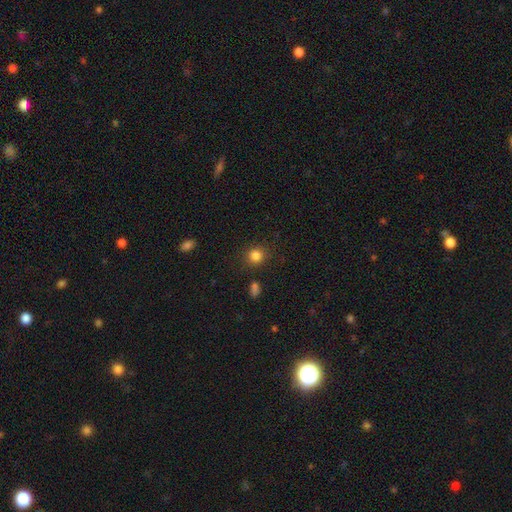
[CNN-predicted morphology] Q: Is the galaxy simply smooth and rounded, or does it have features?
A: smooth — 84%.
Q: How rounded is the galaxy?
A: round — 87%.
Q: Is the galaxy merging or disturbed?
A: none — 85%.